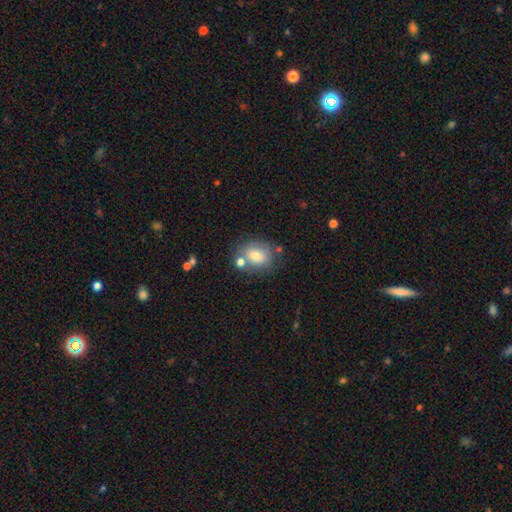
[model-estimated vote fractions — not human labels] smooth-or-featured: smooth: 75% | featured or disk: 15% | star or artifact: 9%
  how-rounded: in between: 61% | round: 37% | cigar-shaped: 1%
  merging: none: 64% | minor disturbance: 16% | merger: 15% | major disturbance: 5%